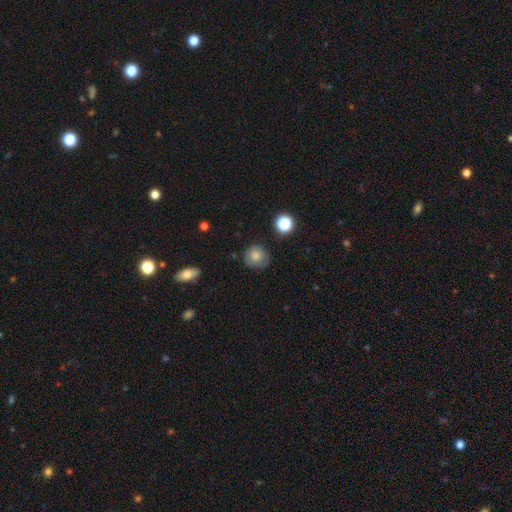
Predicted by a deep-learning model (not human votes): Morphology: type=smooth (79%); roundness=round (89%); merging=none (75%).